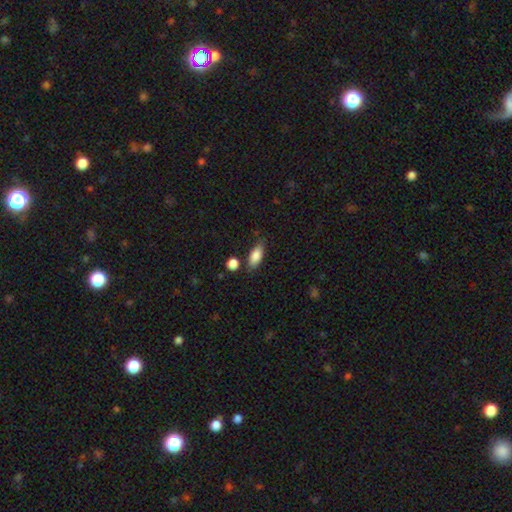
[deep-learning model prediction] Smooth or featured? smooth (84%)
How rounded? in between (81%)
Merging? none (75%)